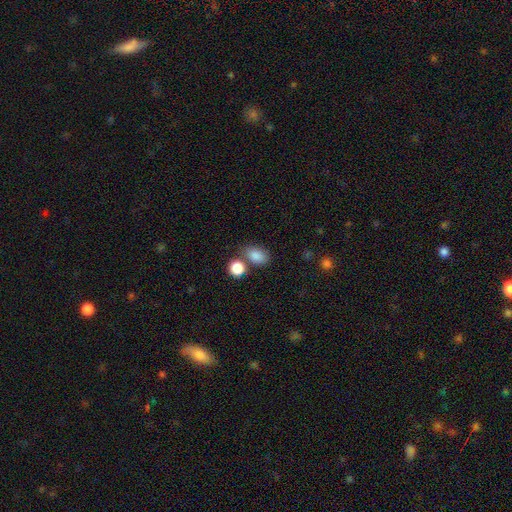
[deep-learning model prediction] A smooth galaxy with no disk features (85%) that is in between round and cigar-shaped (77%). Merging: none (60%).